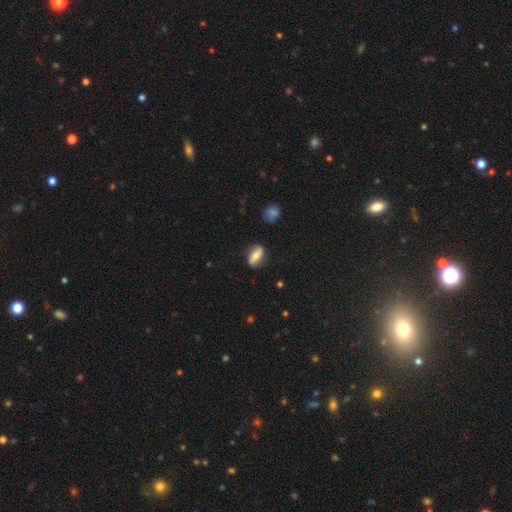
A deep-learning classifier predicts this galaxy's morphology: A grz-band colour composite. It shows a featured or disk galaxy (47%). Merging: none (77%).